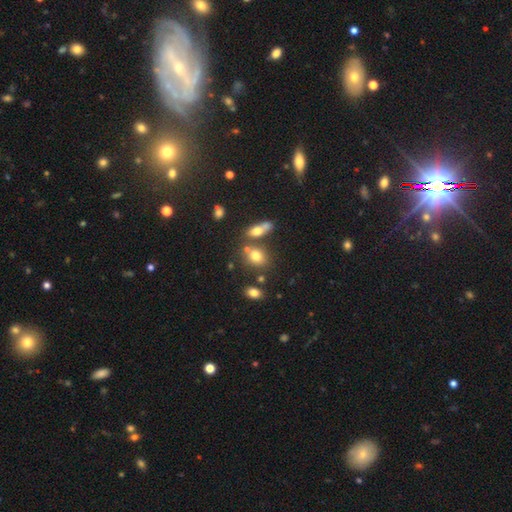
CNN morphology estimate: This appears to be a smooth galaxy with no disk features (74%) that is in between round and cigar-shaped (52%). Merging: none (56%).